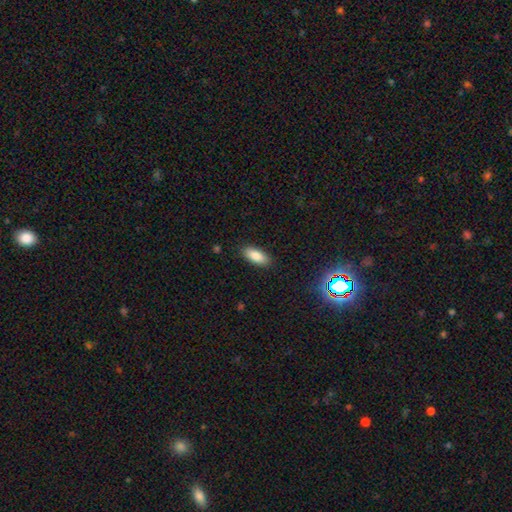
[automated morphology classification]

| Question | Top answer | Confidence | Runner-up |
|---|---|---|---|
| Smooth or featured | smooth | 86% | star or artifact (7%) |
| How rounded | in between | 85% | cigar-shaped (13%) |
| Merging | none | 88% | minor disturbance (9%) |